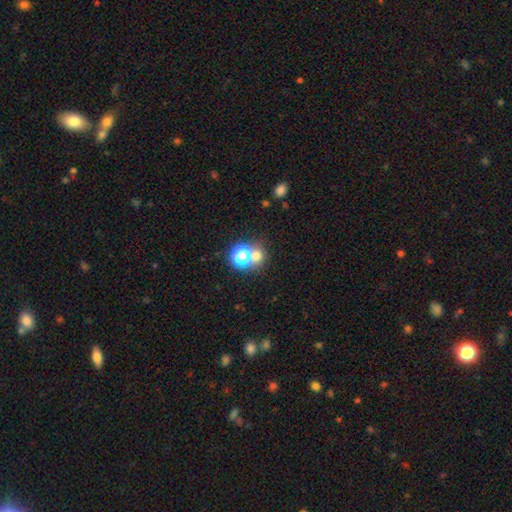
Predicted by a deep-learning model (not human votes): Smooth or featured? Predicted: smooth (p=0.60). How rounded? Predicted: round (p=0.83). Merging? Predicted: none (p=0.57).